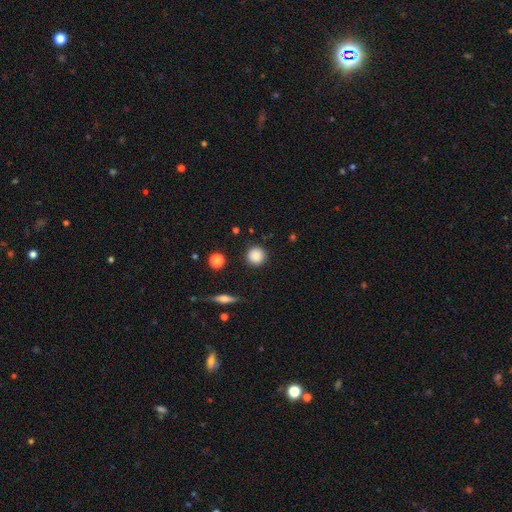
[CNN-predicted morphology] Smooth or featured?
  - smooth: 87% *
  - star or artifact: 9%
  - featured or disk: 5%
How rounded?
  - round: 94% *
  - in between: 5%
  - cigar-shaped: 1%
Merging?
  - none: 90% *
  - minor disturbance: 6%
  - major disturbance: 2%
  - merger: 1%